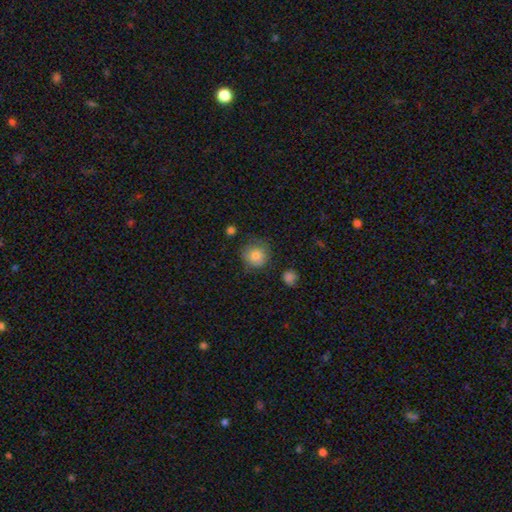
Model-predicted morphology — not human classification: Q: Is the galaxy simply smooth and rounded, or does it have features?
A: smooth — 83%.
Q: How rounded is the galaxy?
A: round — 90%.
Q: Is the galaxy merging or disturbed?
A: none — 71%.